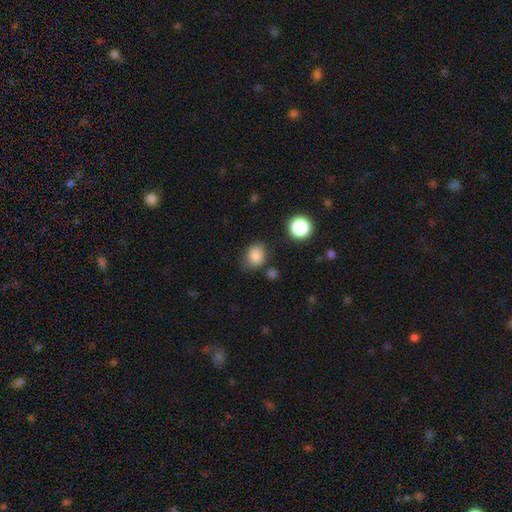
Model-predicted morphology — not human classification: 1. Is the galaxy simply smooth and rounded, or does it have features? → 83% smooth, 11% star or artifact, 5% featured or disk.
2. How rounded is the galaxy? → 58% round, 41% in between, 1% cigar-shaped.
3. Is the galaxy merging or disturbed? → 69% none, 20% minor disturbance, 6% major disturbance, 5% merger.